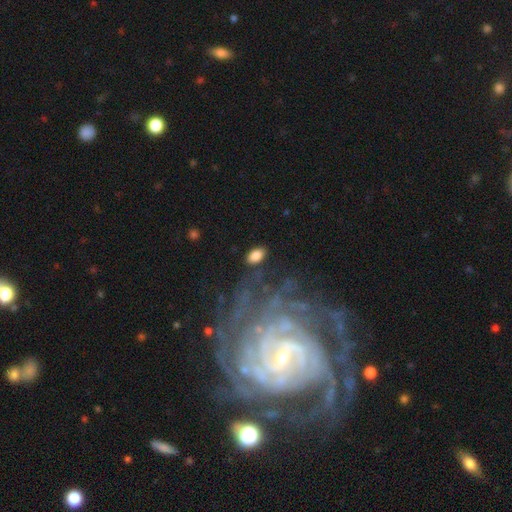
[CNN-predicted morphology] A smooth galaxy with no disk features (83%) that is in between round and cigar-shaped (92%).

Vote fractions:
- Smooth or featured? smooth: 83% / featured or disk: 9% / star or artifact: 8%
- How rounded? in between: 92% / round: 5% / cigar-shaped: 2%
- Merging? none: 81% / minor disturbance: 12% / major disturbance: 5% / merger: 3%